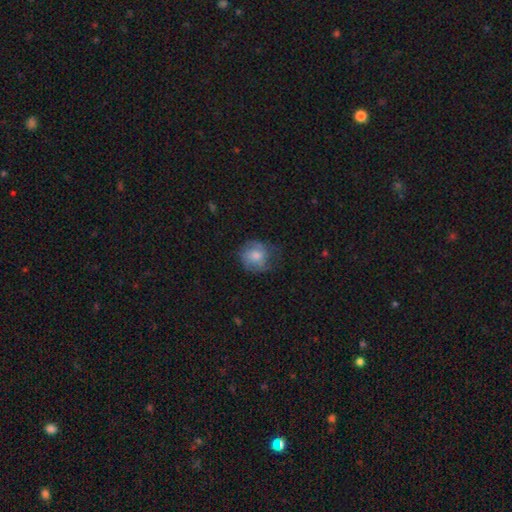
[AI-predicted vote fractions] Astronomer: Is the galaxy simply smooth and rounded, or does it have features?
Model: smooth — 63%.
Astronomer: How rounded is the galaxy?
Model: round — 77%.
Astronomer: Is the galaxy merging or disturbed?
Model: none — 56%.